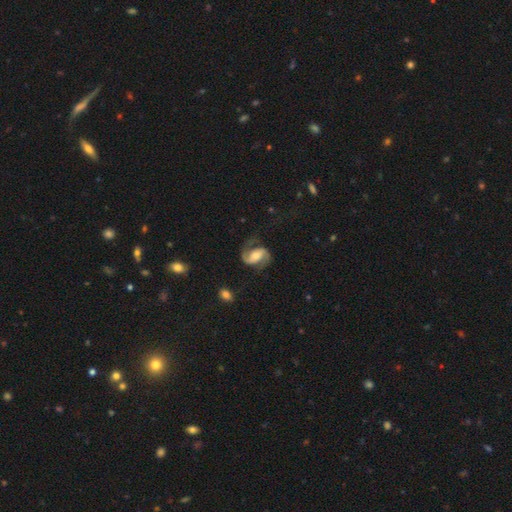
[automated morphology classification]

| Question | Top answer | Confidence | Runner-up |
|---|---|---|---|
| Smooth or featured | featured or disk | 86% | smooth (9%) |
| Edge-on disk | no | 98% | yes (2%) |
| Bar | weak | 38% | no (31%) |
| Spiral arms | yes | 97% | no (3%) |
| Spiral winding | medium | 53% | loose (29%) |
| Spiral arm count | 2 | 91% | 1 (3%) |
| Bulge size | moderate | 50% | small (31%) |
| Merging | none | 72% | minor disturbance (14%) |